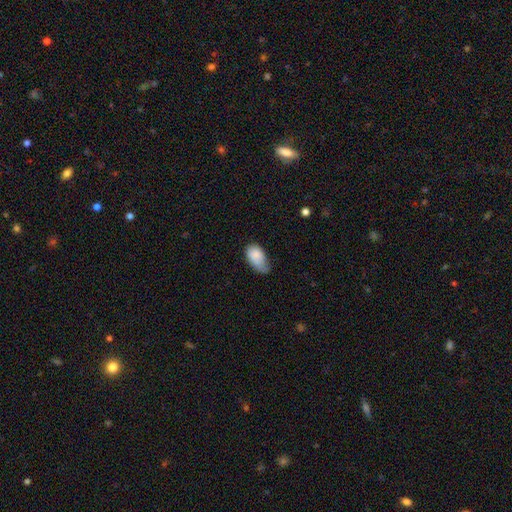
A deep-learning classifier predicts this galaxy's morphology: A smooth galaxy with no disk features (83%) that is in between round and cigar-shaped (93%).

Vote fractions:
- Smooth or featured? smooth: 83% / featured or disk: 10% / star or artifact: 7%
- How rounded? in between: 93% / round: 6% / cigar-shaped: 2%
- Merging? minor disturbance: 47% / none: 31% / major disturbance: 20% / merger: 3%